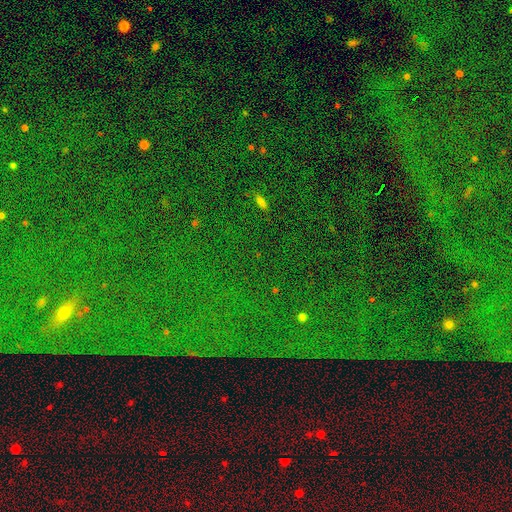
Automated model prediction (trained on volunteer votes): The model was most divided on "smooth or featured": star or artifact: 83%, smooth: 9%, featured or disk: 8%.